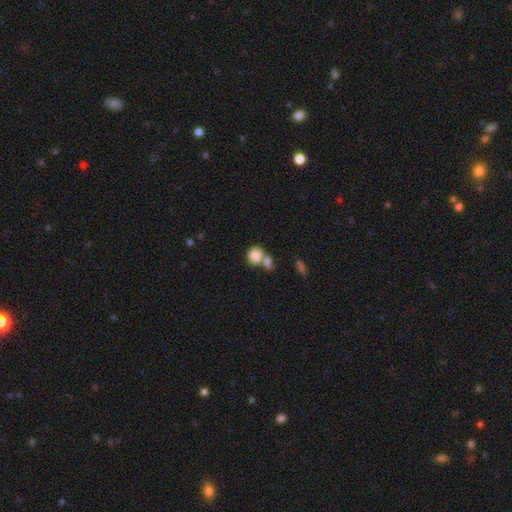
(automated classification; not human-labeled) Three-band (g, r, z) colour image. It shows a smooth galaxy with no disk features (85%) that is round (73%). Merging: merger (47%).